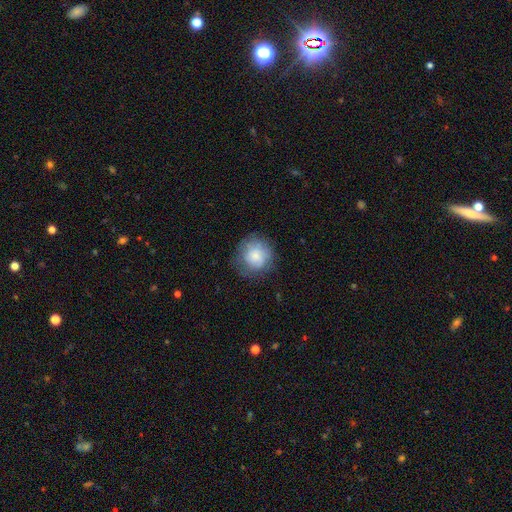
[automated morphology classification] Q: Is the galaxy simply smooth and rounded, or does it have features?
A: smooth — 73%.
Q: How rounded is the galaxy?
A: round — 90%.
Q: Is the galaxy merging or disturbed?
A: none — 72%.